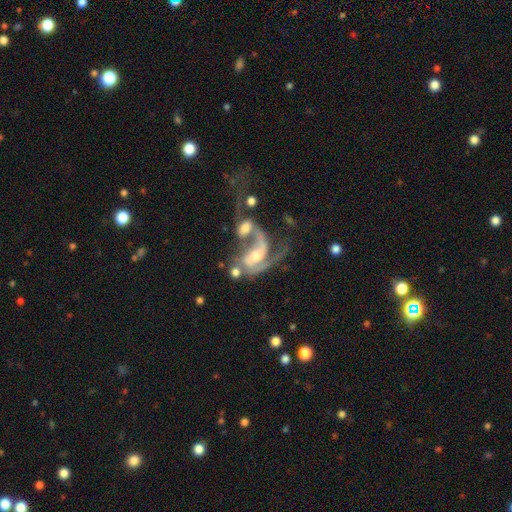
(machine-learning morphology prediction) A featured or disk galaxy (83%) with no bar (45%), 2 (61%) loose (45%) spiral arms (90%) and a moderate central bulge (56%). Merging: merger (60%).